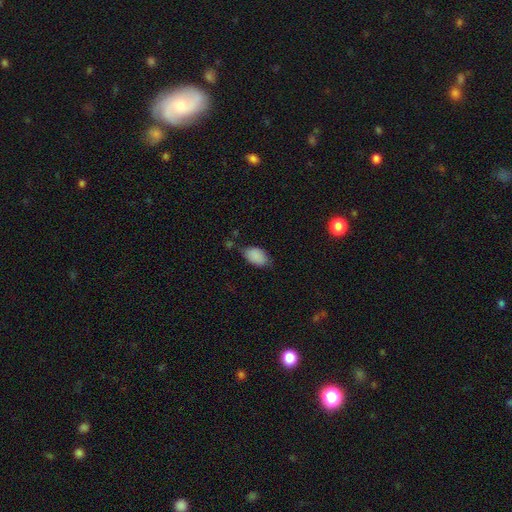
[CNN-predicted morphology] smooth-or-featured: smooth: 87% | star or artifact: 8% | featured or disk: 5%
  how-rounded: in between: 93% | round: 5% | cigar-shaped: 2%
  merging: none: 62% | minor disturbance: 28% | major disturbance: 6% | merger: 4%